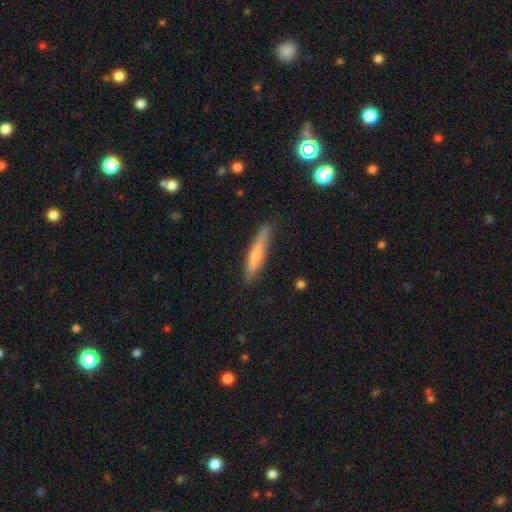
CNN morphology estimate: This appears to be a smooth galaxy with no disk features (50%). Merging: none (82%).